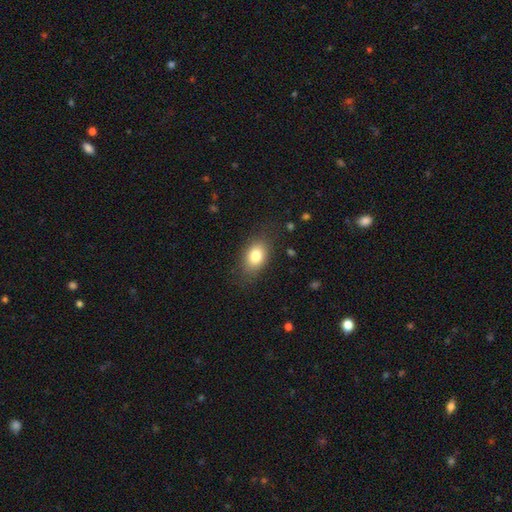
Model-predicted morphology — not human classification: smooth 80%, featured or disk 11%, star or artifact 9%. Down the decision tree: how rounded — in between (81%); merging — none (79%).